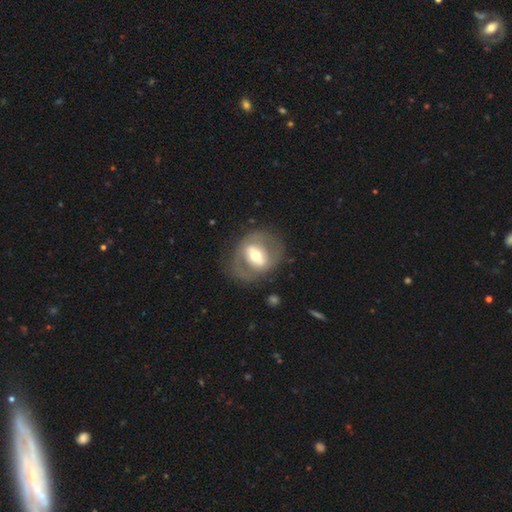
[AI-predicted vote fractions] Overall: featured or disk (60%; smooth 34%). Edge-on disk: no (92%). Bar: strong (40%; no 30%). Spiral arms: no (69%; yes 31%). Bulge size: moderate (63%). Merging: none (70%).